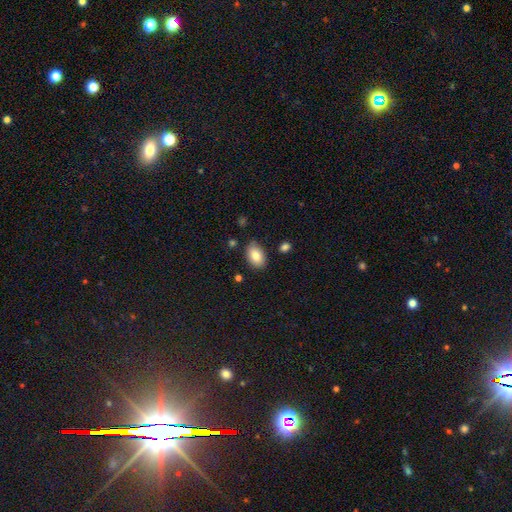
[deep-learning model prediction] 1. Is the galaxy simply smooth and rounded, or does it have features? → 86% smooth, 7% star or artifact, 7% featured or disk.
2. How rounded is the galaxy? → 90% in between, 9% round, 1% cigar-shaped.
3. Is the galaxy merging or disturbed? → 79% none, 15% minor disturbance, 3% major disturbance, 2% merger.